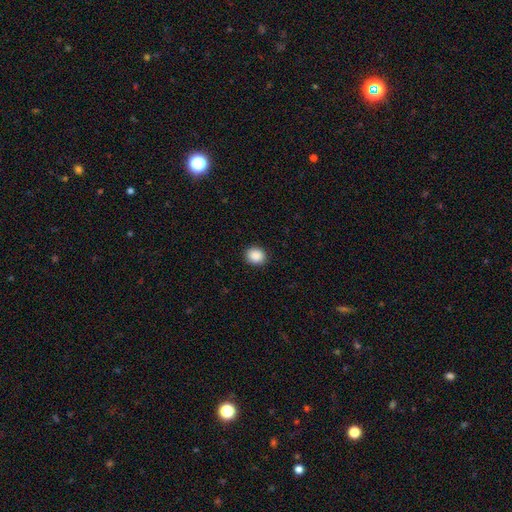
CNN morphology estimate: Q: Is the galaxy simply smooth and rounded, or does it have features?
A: smooth — 89%.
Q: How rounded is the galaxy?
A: round — 78%.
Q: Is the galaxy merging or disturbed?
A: none — 91%.